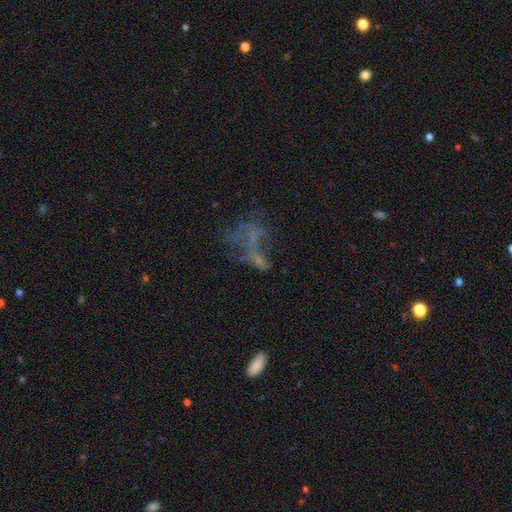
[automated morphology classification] Smooth or featured?
  - featured or disk: 45% *
  - smooth: 28%
  - star or artifact: 27%
Merging?
  - major disturbance: 39% *
  - none: 31%
  - merger: 17%
  - minor disturbance: 12%